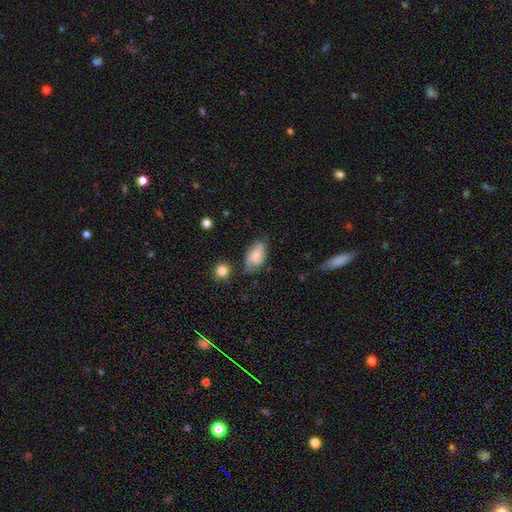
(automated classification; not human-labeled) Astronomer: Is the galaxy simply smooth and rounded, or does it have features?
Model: smooth — 65%.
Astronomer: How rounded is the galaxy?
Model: in between — 90%.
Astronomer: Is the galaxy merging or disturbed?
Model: none — 56%.